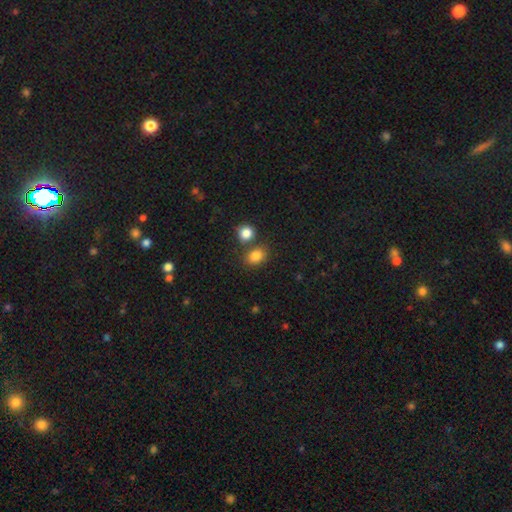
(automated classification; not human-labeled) Overall: smooth (83%). How rounded: in between (56%; round 43%). Merging: none (61%; merger 24%).